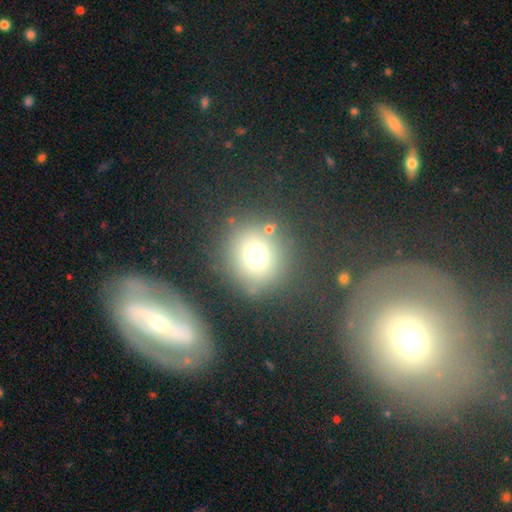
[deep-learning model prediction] Smooth or featured? Predicted: smooth (p=0.72). How rounded? Predicted: round (p=0.82). Merging? Predicted: none (p=0.73).